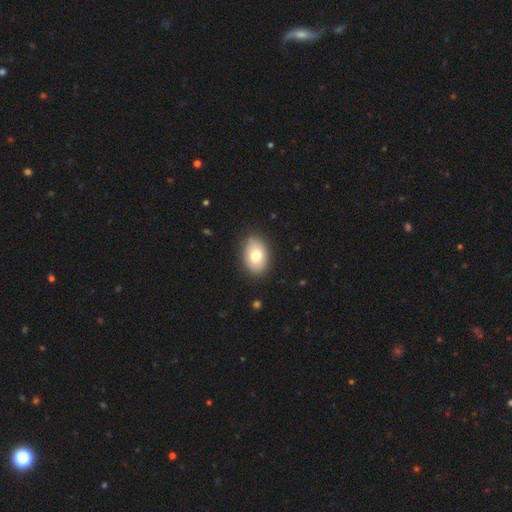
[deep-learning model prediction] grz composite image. It shows a smooth galaxy with no disk features (75%) that is in between round and cigar-shaped (82%). Merging: none (86%).